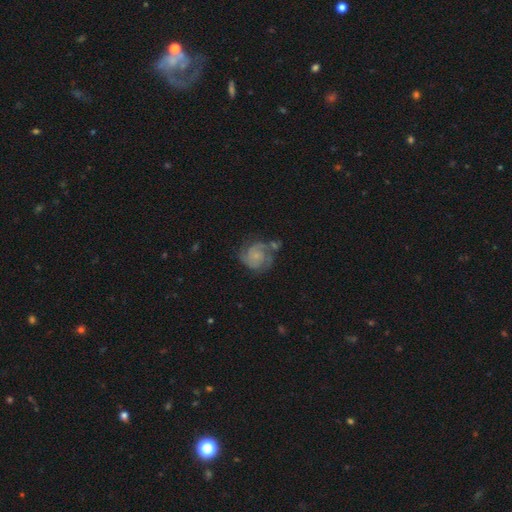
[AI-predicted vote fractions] Overall: featured or disk (77%). Edge-on disk: no (98%). Bar: no (74%). Spiral arms: yes (93%). Spiral arm count: 2 (48%; 3 23%). Spiral winding: tight (51%; medium 38%). Bulge size: small (62%). Merging: none (50%; minor disturbance 22%).